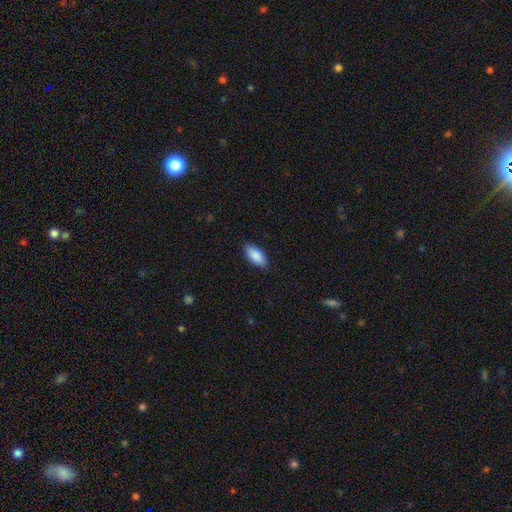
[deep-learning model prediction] Smooth or featured: smooth — 88% (featured or disk — 6%)
How rounded: in between — 89% (cigar-shaped — 9%)
Merging: none — 86% (minor disturbance — 11%)